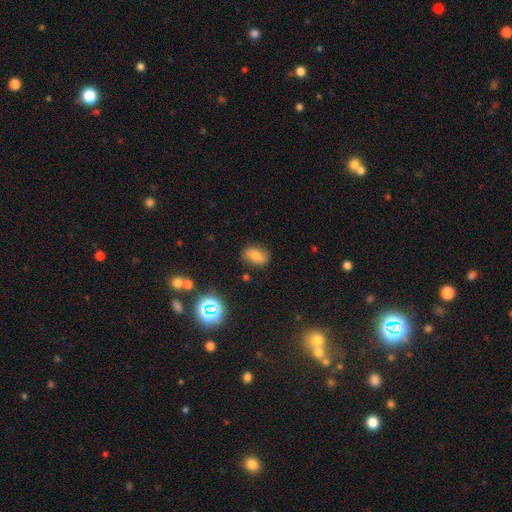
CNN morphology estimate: Smooth or featured?
  - smooth: 72% *
  - featured or disk: 14%
  - star or artifact: 14%
How rounded?
  - in between: 84% *
  - round: 14%
  - cigar-shaped: 2%
Merging?
  - none: 82% *
  - minor disturbance: 13%
  - major disturbance: 3%
  - merger: 2%